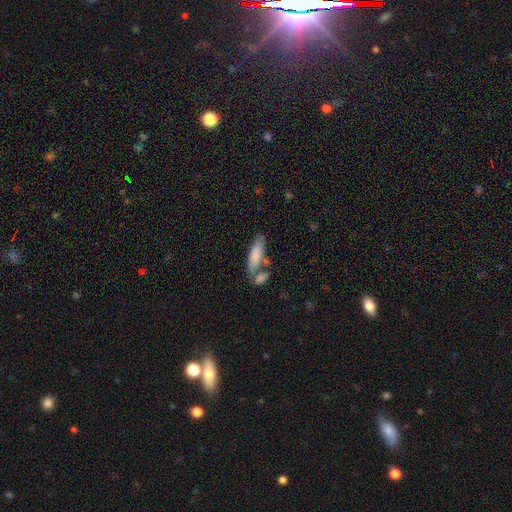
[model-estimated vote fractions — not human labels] smooth_or_featured: smooth (p=0.79) [alt: featured or disk p=0.15]
how_rounded: in between (p=0.50) [alt: cigar-shaped p=0.48]
merging: none (p=0.48) [alt: merger p=0.31]